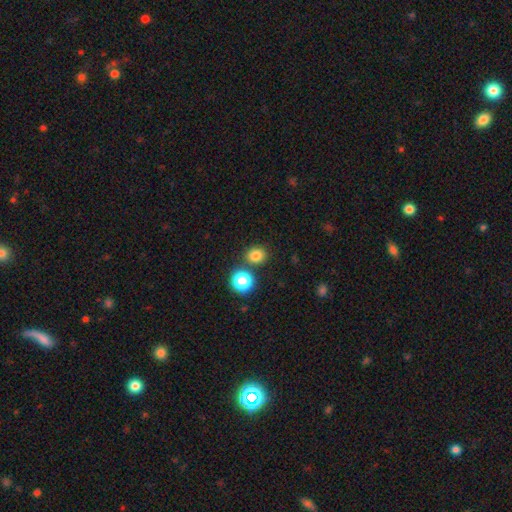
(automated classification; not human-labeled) This is clearly a smooth galaxy (80%). How rounded: likely round (76%). Merging: likely none (76%).